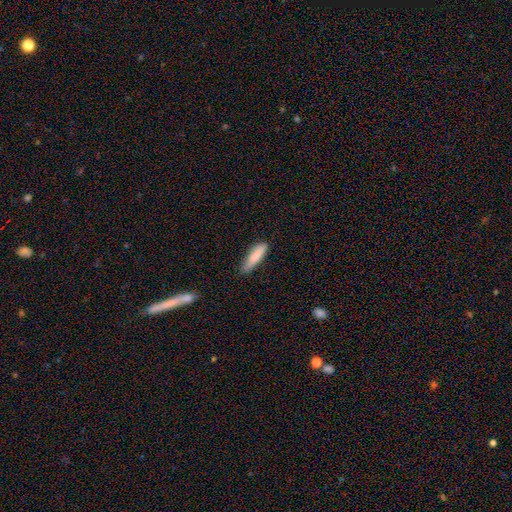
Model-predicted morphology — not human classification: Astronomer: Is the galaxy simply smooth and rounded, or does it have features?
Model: smooth — 86%.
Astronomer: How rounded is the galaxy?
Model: cigar-shaped — 63%.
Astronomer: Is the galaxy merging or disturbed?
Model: none — 72%.